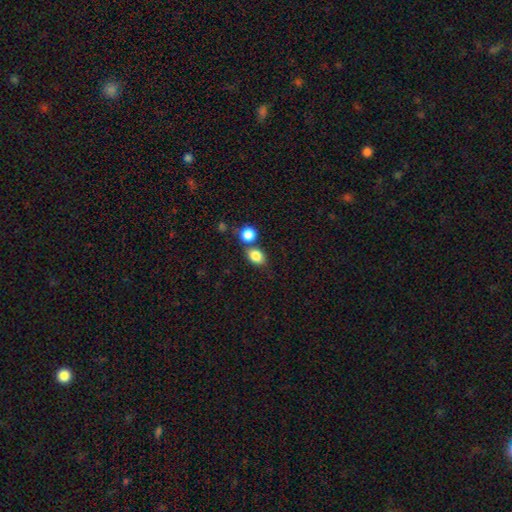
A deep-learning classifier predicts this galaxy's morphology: Smooth or featured?
  - smooth: 84% *
  - star or artifact: 9%
  - featured or disk: 7%
How rounded?
  - in between: 64% *
  - round: 35%
  - cigar-shaped: 1%
Merging?
  - none: 56% *
  - merger: 30%
  - minor disturbance: 11%
  - major disturbance: 3%